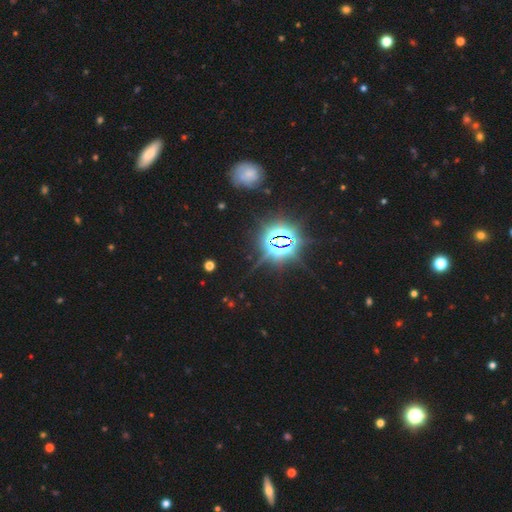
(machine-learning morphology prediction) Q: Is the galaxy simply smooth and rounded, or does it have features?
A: star or artifact — 77%.